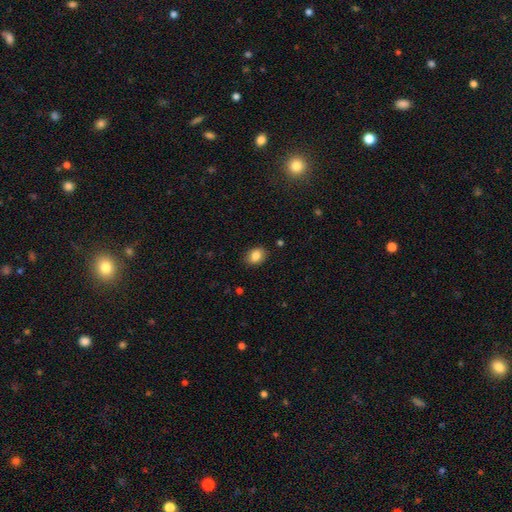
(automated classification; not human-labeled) Smooth or featured?
  - smooth: 85% *
  - star or artifact: 8%
  - featured or disk: 7%
How rounded?
  - in between: 69% *
  - round: 30%
  - cigar-shaped: 1%
Merging?
  - none: 87% *
  - minor disturbance: 10%
  - major disturbance: 2%
  - merger: 1%